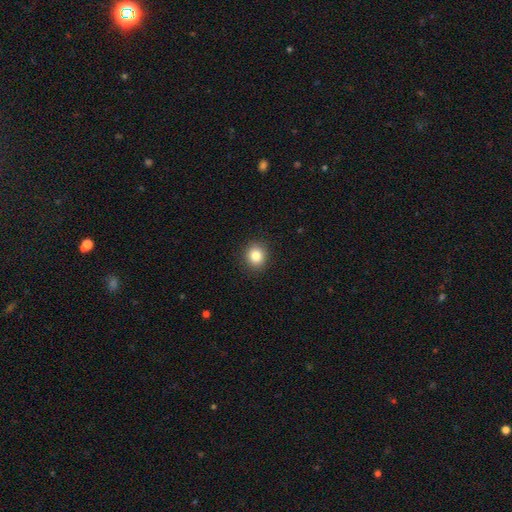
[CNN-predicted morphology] Q: Smooth or featured?
A: smooth (84%); runner-up: star or artifact (10%)
Q: How rounded?
A: round (81%); runner-up: in between (18%)
Q: Merging?
A: none (91%); runner-up: minor disturbance (6%)